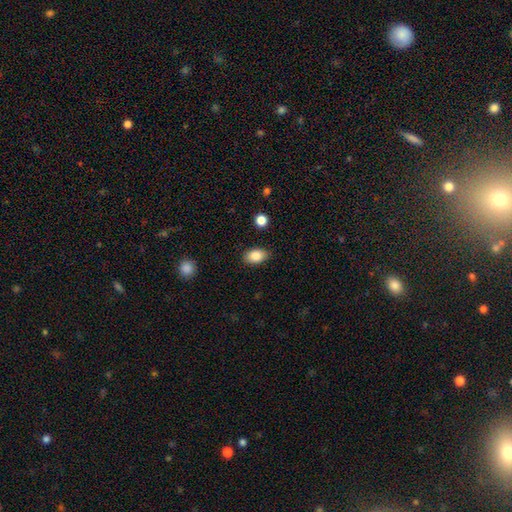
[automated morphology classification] Q: Smooth or featured?
A: smooth (85%); runner-up: star or artifact (8%)
Q: How rounded?
A: in between (87%); runner-up: round (11%)
Q: Merging?
A: none (87%); runner-up: minor disturbance (10%)